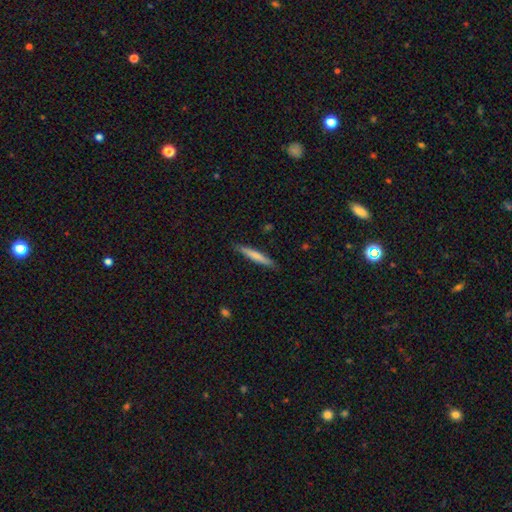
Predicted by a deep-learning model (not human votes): Morphology: type=smooth (69%); roundness=cigar-shaped (94%); merging=none (87%).